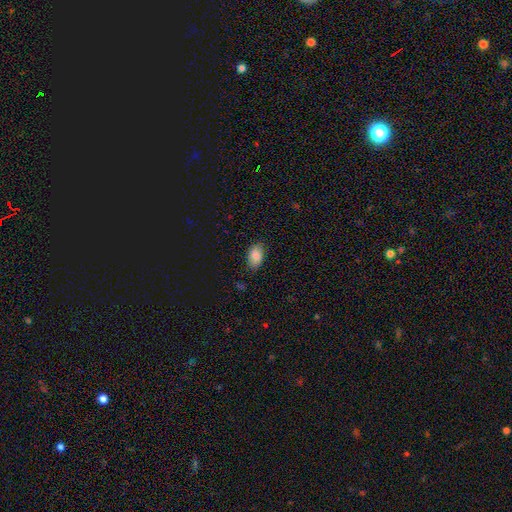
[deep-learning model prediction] This appears to be a smooth galaxy with no disk features (87%) that is in between round and cigar-shaped (91%). Merging: none (79%).